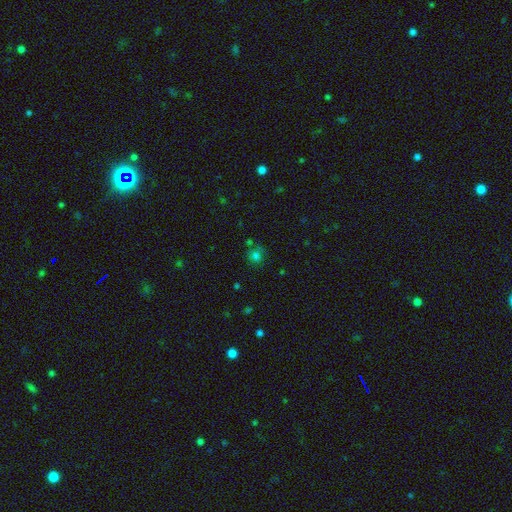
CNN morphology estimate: This appears to be a smooth galaxy with no disk features (72%) that is round (89%). Merging: none (73%).